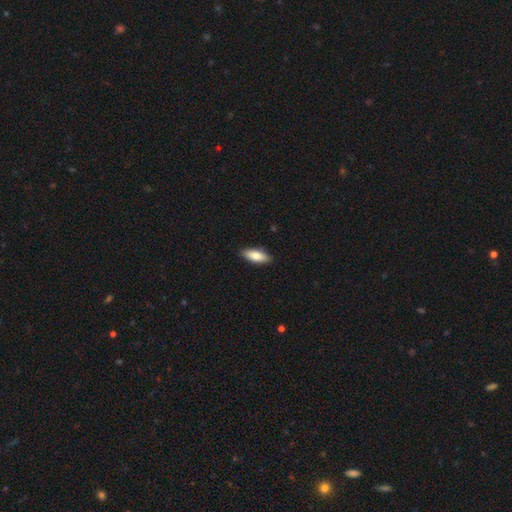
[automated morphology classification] type=smooth (79%); roundness=in between (73%); merging=none (89%).